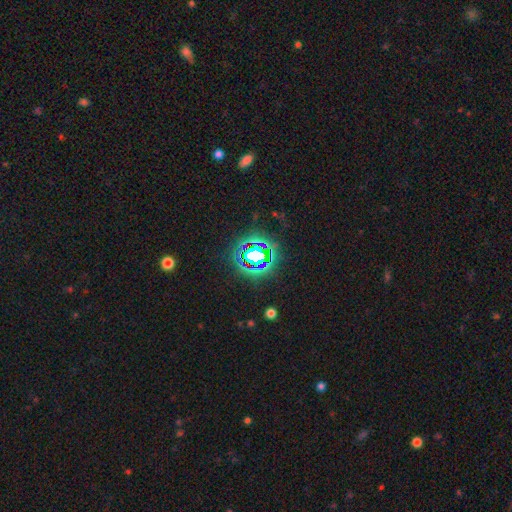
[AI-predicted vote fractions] A star or artifact, not a galaxy (73%).